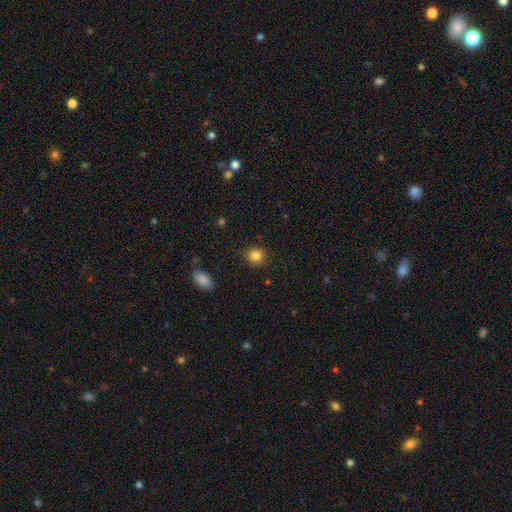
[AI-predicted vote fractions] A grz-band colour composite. It shows a smooth galaxy with no disk features (84%) that is round (84%). Merging: none (90%).